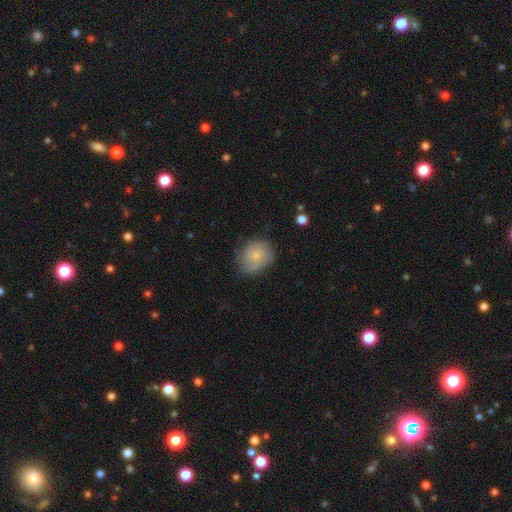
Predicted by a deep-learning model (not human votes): Smooth or featured? Predicted: smooth (p=0.71). How rounded? Predicted: round (p=0.72). Merging? Predicted: none (p=0.67).